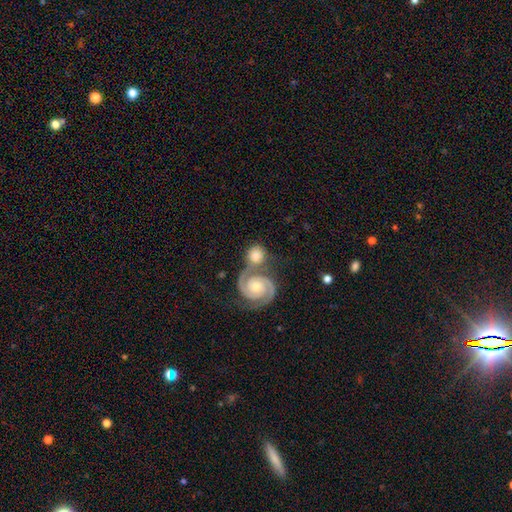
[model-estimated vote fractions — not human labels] This appears to be a featured or disk galaxy (65%) with no bar (68%), 2 (91%) tight (57%) spiral arms (96%) and a moderate central bulge (45%). Merging: merger (50%).